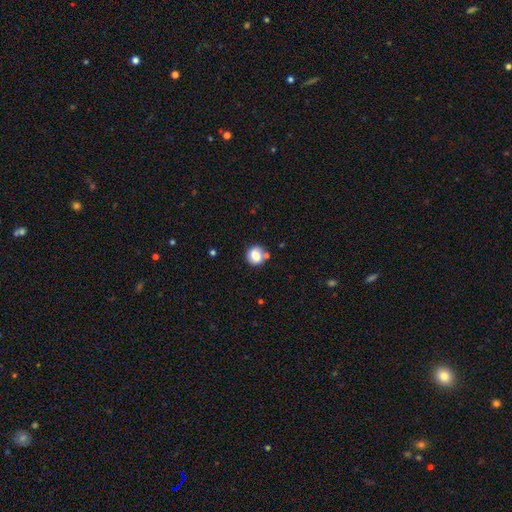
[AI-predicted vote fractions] A smooth galaxy with no disk features (78%) that is round (81%). Merging: none (71%).